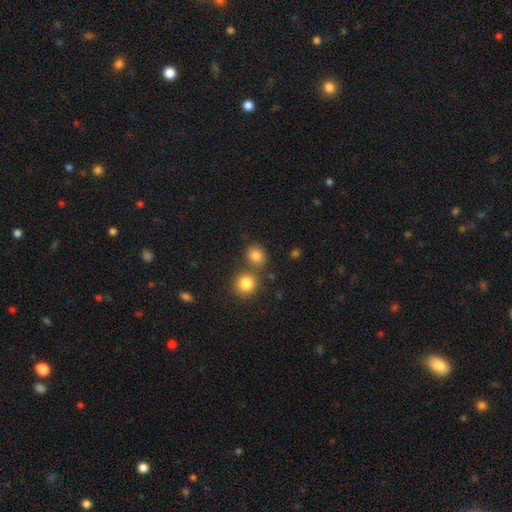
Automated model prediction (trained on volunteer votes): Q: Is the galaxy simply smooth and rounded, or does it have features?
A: smooth — 82%.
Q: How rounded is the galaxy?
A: round — 71%.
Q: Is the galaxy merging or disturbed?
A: none — 65%.